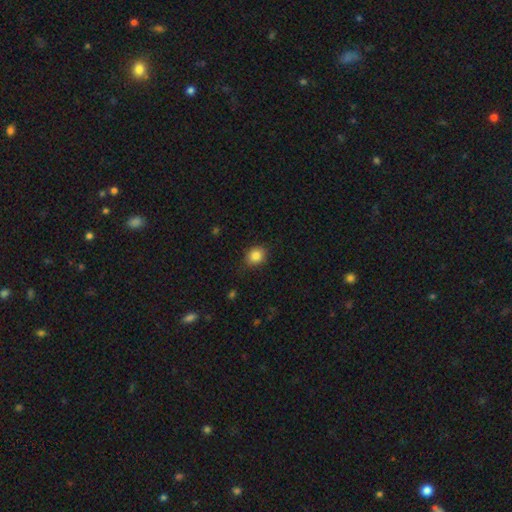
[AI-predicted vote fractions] A smooth galaxy with no disk features (85%) that is round (61%). Merging: none (84%).